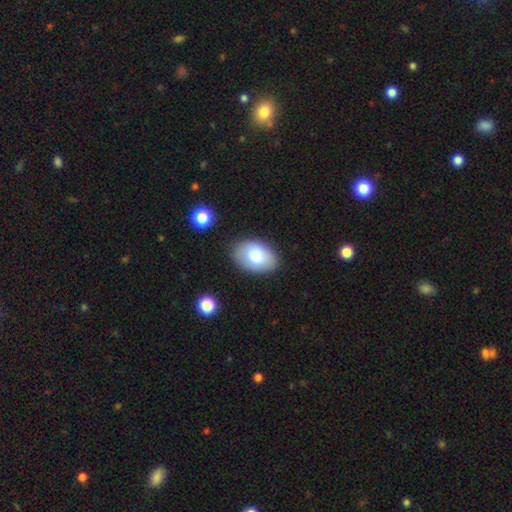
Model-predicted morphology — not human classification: smooth_or_featured: smooth (p=0.80) [alt: featured or disk p=0.13]
how_rounded: in between (p=0.90) [alt: round p=0.09]
merging: none (p=0.82) [alt: minor disturbance p=0.13]